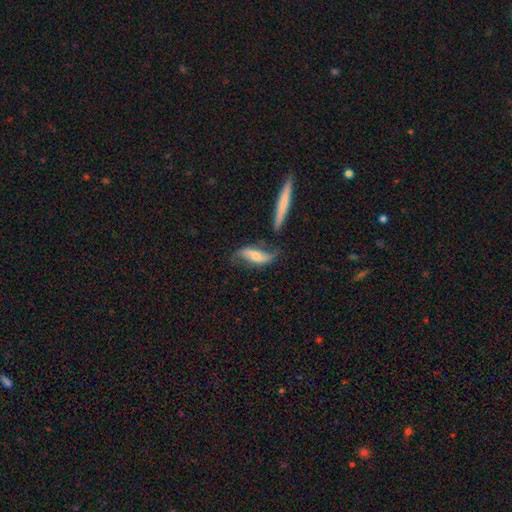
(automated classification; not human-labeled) This is likely a featured or disk galaxy (69%). It is clearly not viewed edge-on (82%). Bar: marginally no (38%). Spiral arm pattern: clearly yes (89%). Spiral arm count: clearly 2 (89%). Spiral winding: likely loose (77%). Central bulge: marginally moderate (45%). Merging: possibly none (56%).